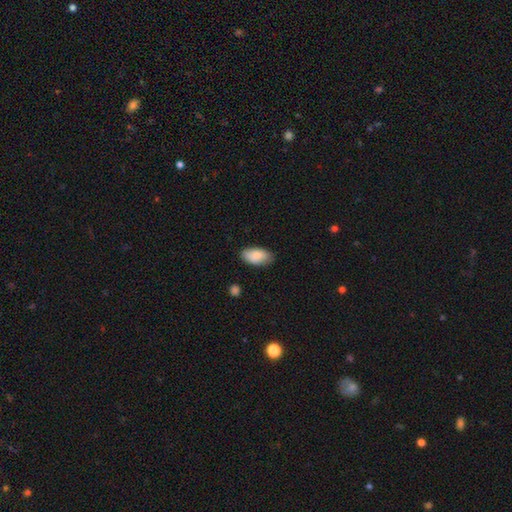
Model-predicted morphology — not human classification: smooth 86%, featured or disk 7%, star or artifact 6%. Down the decision tree: how rounded — in between (93%); merging — none (81%).